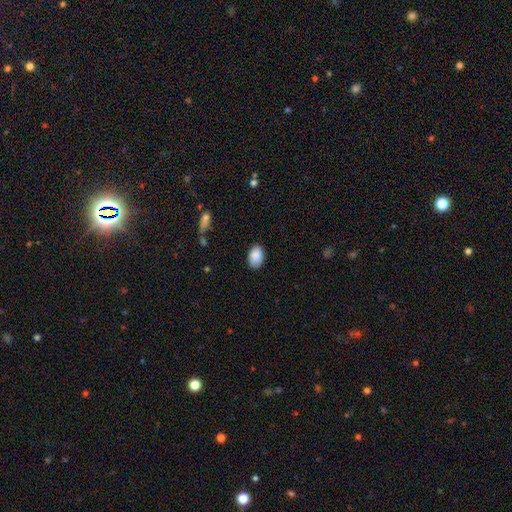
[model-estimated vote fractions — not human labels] smooth_or_featured: smooth (p=0.88) [alt: star or artifact p=0.07]
how_rounded: in between (p=0.87) [alt: round p=0.12]
merging: none (p=0.80) [alt: minor disturbance p=0.16]